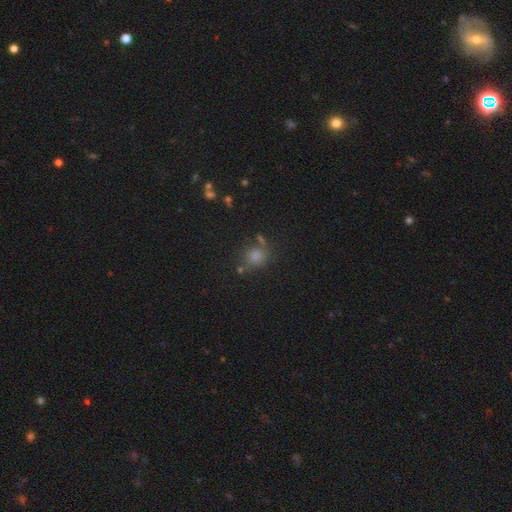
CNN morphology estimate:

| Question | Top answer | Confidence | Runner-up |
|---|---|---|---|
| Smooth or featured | smooth | 67% | star or artifact (25%) |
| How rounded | round | 84% | in between (15%) |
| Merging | none | 71% | minor disturbance (13%) |